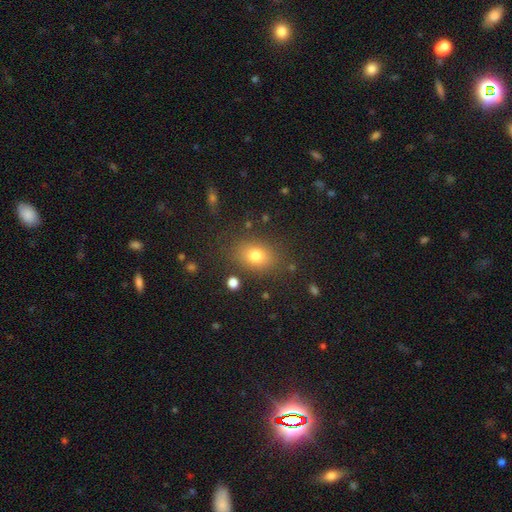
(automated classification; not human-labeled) Smooth or featured? smooth (77%)
How rounded? in between (68%)
Merging? none (81%)